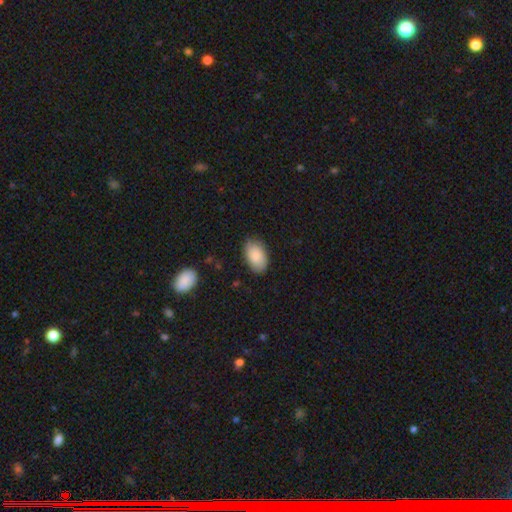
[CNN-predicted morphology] Smooth or featured? smooth (86%)
How rounded? in between (94%)
Merging? none (82%)